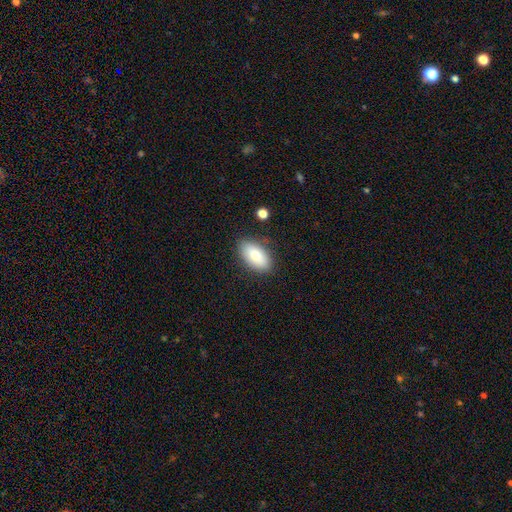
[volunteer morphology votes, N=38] This is likely a smooth galaxy (76%). How rounded: clearly in between (97%). Merging: clearly none (92%).